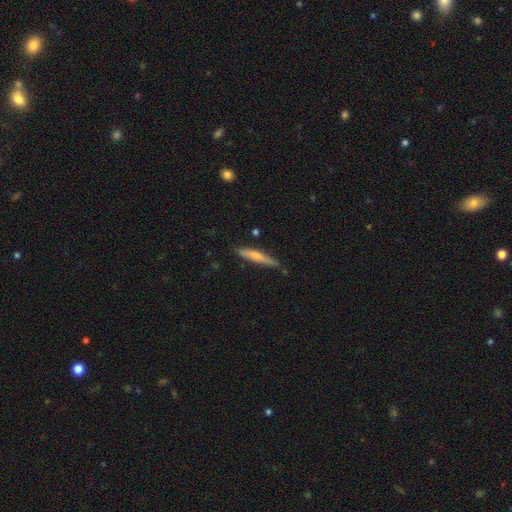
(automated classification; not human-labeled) Overall: smooth (65%; featured or disk 29%). How rounded: cigar-shaped (92%). Merging: none (78%).